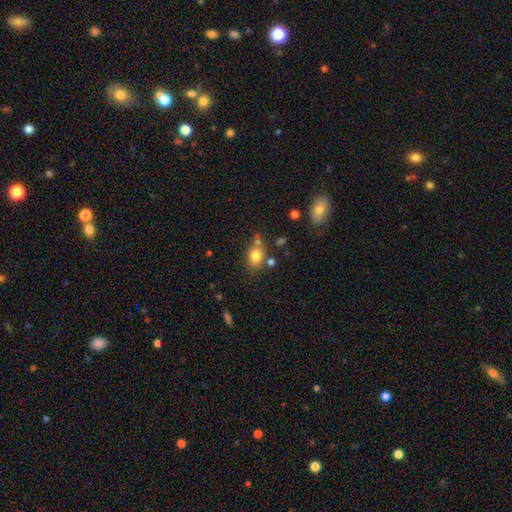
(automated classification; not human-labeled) Morphology: type=smooth (80%); roundness=in between (64%); merging=none (66%).